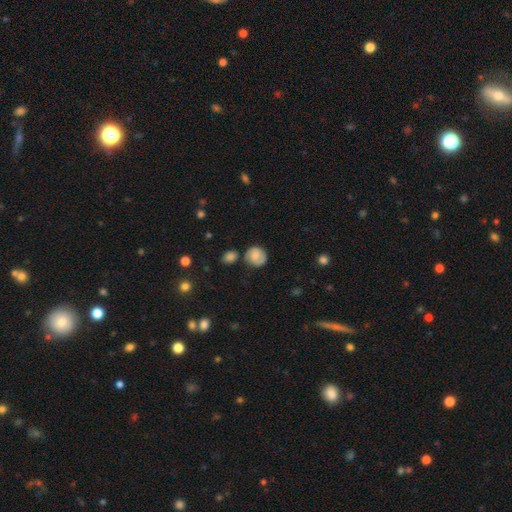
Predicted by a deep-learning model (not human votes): The model was most divided on "smooth or featured": smooth: 60%, featured or disk: 32%, star or artifact: 8%. More confident: how rounded — round (82%); merging — none (67%).